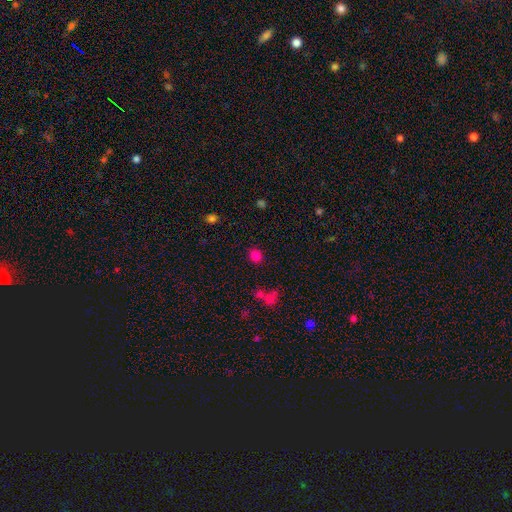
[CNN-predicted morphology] A smooth galaxy with no disk features (81%) that is round (76%). Merging: none (85%).